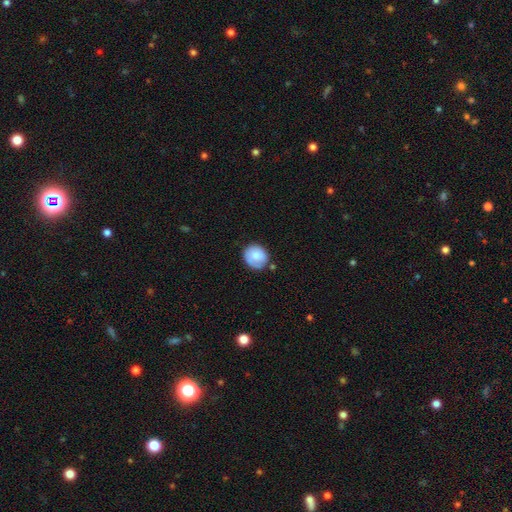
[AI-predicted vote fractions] smooth-or-featured: smooth: 74% | featured or disk: 19% | star or artifact: 7%
  how-rounded: round: 74% | in between: 25% | cigar-shaped: 1%
  merging: none: 67% | minor disturbance: 23% | major disturbance: 6% | merger: 5%